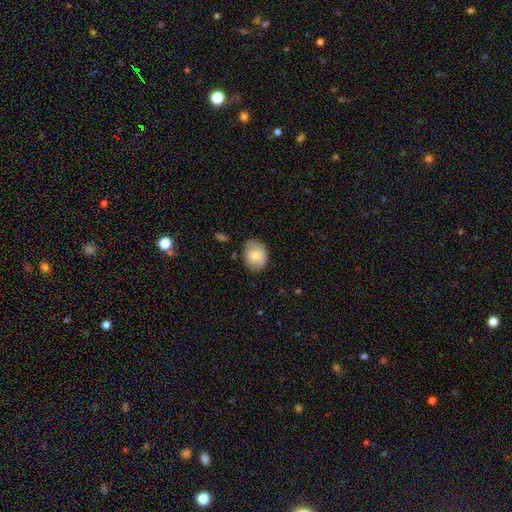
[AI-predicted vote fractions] Q: Smooth or featured?
A: smooth (76%); runner-up: featured or disk (17%)
Q: How rounded?
A: in between (62%); runner-up: round (37%)
Q: Merging?
A: none (78%); runner-up: minor disturbance (17%)